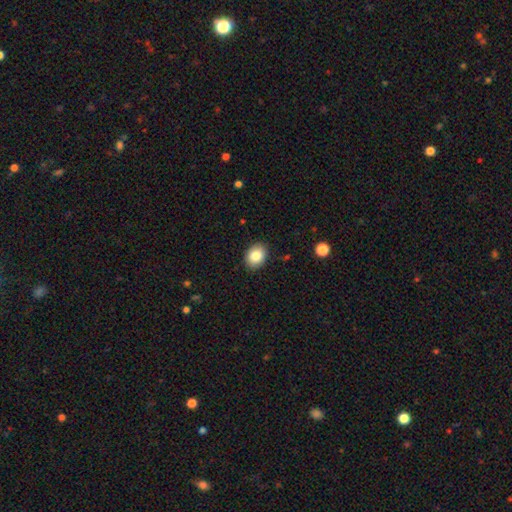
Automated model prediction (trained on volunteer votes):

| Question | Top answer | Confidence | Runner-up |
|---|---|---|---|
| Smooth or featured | smooth | 84% | star or artifact (8%) |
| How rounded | in between | 66% | round (33%) |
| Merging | none | 88% | minor disturbance (9%) |